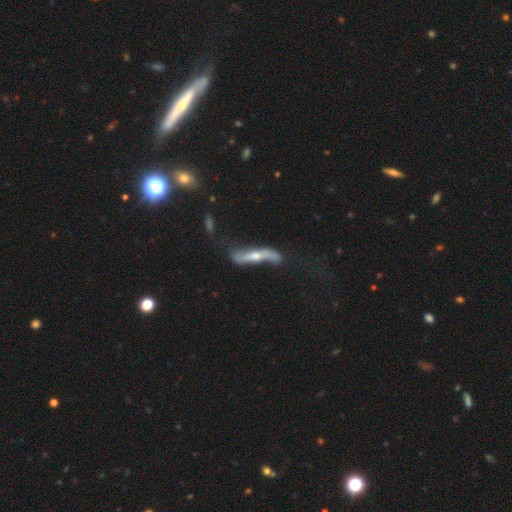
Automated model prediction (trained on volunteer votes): Smooth or featured?
  - featured or disk: 70% *
  - smooth: 24%
  - star or artifact: 6%
Edge-on disk?
  - yes: 54% *
  - no: 46%
Merging?
  - none: 51% *
  - minor disturbance: 27%
  - major disturbance: 17%
  - merger: 5%